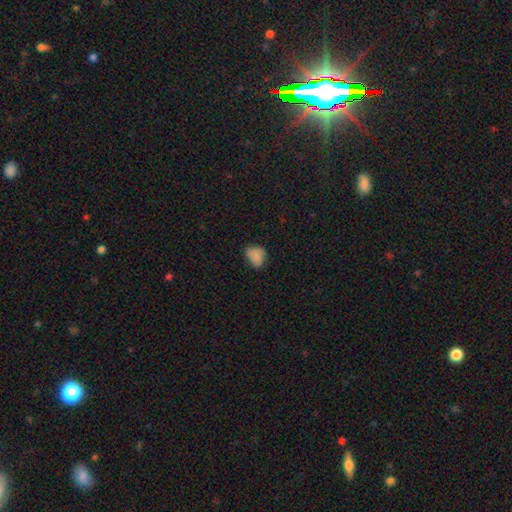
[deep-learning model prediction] A smooth galaxy with no disk features (81%) that is in between round and cigar-shaped (68%). Merging: none (55%).